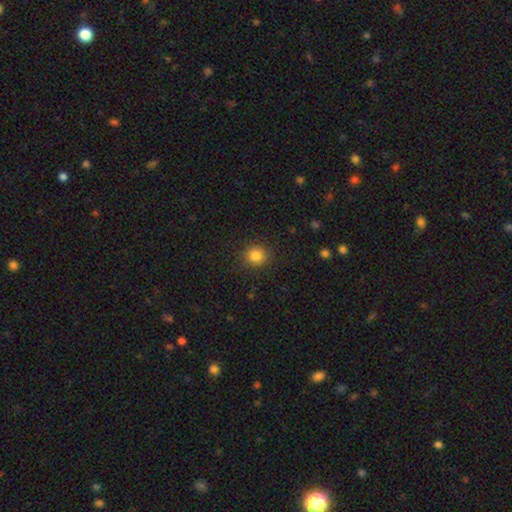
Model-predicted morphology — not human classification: Q: Smooth or featured?
A: smooth (83%); runner-up: star or artifact (12%)
Q: How rounded?
A: round (87%); runner-up: in between (12%)
Q: Merging?
A: none (88%); runner-up: minor disturbance (8%)